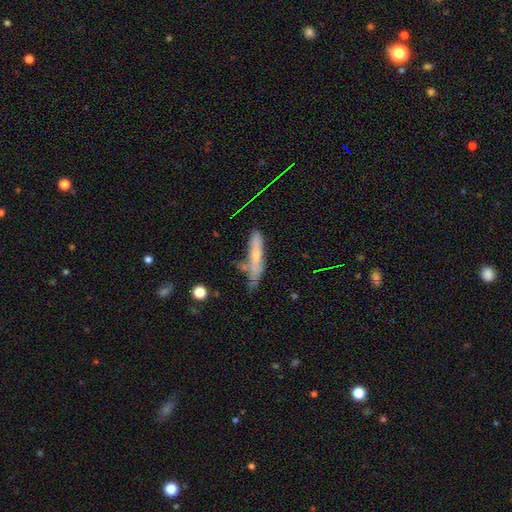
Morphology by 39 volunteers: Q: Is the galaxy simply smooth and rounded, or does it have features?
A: smooth — 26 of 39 (67%).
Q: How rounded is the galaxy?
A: cigar-shaped — 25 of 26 (96%).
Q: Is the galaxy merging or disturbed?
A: none — 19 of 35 (54%).